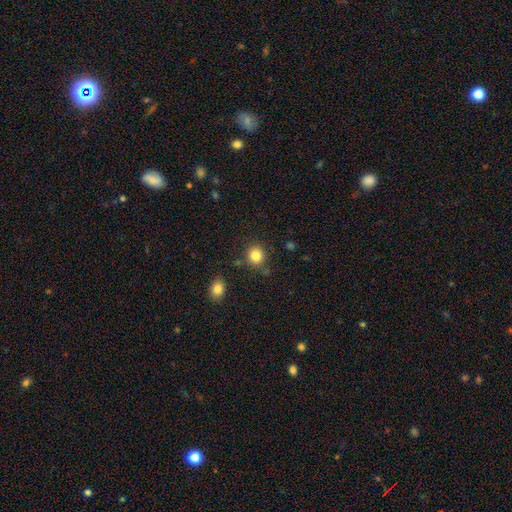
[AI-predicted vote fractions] Smooth or featured? smooth (85%)
How rounded? round (85%)
Merging? none (83%)